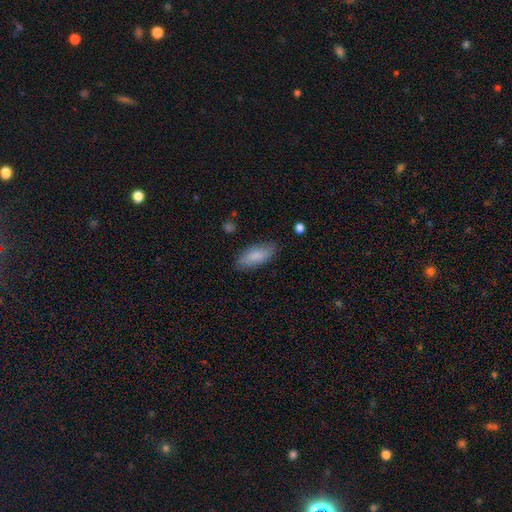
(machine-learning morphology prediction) Q: Smooth or featured?
A: smooth (84%); runner-up: featured or disk (10%)
Q: How rounded?
A: in between (73%); runner-up: cigar-shaped (25%)
Q: Merging?
A: none (82%); runner-up: minor disturbance (13%)